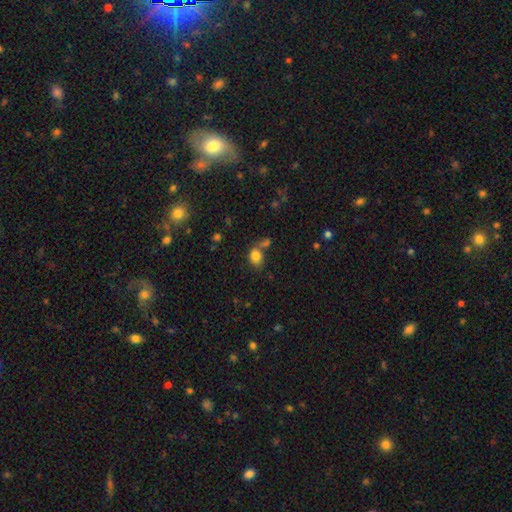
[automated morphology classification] Smooth or featured? smooth (82%)
How rounded? in between (67%)
Merging? none (50%)